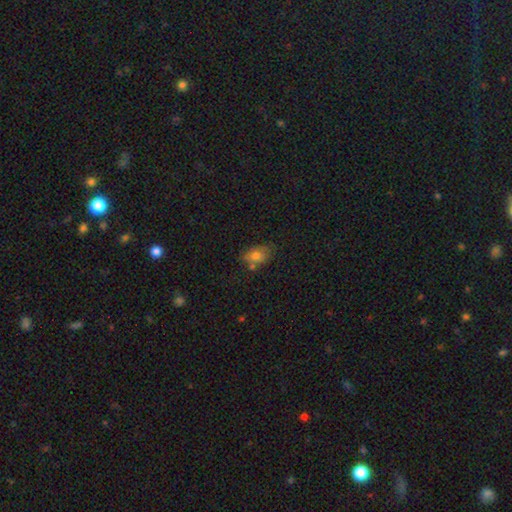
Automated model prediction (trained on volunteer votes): Smooth or featured?
  - smooth: 74% *
  - featured or disk: 15%
  - star or artifact: 11%
How rounded?
  - in between: 82% *
  - round: 16%
  - cigar-shaped: 2%
Merging?
  - none: 60% *
  - minor disturbance: 23%
  - merger: 11%
  - major disturbance: 6%